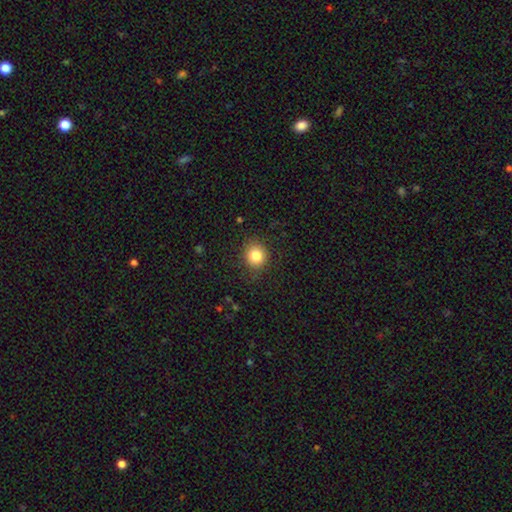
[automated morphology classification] A smooth galaxy with no disk features (83%) that is round (85%). Merging: none (84%).